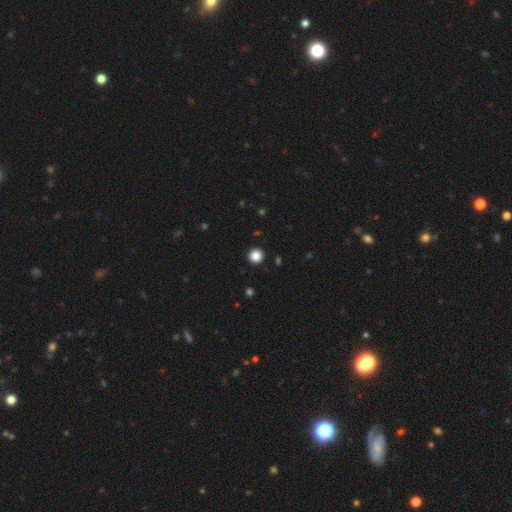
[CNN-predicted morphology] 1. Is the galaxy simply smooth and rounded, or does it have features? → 86% smooth, 11% star or artifact, 3% featured or disk.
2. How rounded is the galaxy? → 96% round, 3% in between, 1% cigar-shaped.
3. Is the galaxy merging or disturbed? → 94% none, 4% minor disturbance, 1% major disturbance, 1% merger.